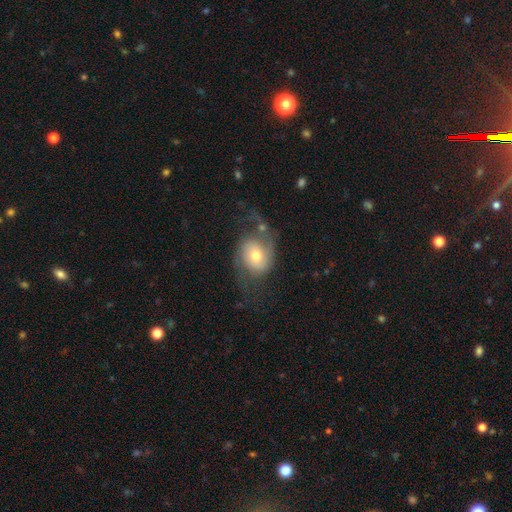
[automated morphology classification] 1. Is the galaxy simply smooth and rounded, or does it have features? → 57% featured or disk, 35% smooth, 8% star or artifact.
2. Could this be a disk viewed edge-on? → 96% no, 4% yes.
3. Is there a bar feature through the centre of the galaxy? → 69% no, 25% weak, 6% strong.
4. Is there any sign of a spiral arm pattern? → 81% yes, 19% no.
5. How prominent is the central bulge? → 63% moderate, 26% small, 8% large, 2% dominant, 1% none.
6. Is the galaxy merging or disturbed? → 43% none, 31% major disturbance, 21% minor disturbance, 4% merger.